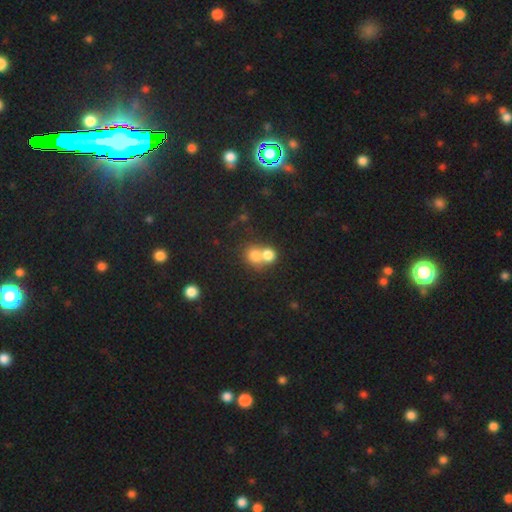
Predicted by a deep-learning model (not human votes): Smooth or featured? smooth (75%)
How rounded? round (78%)
Merging? merger (61%)